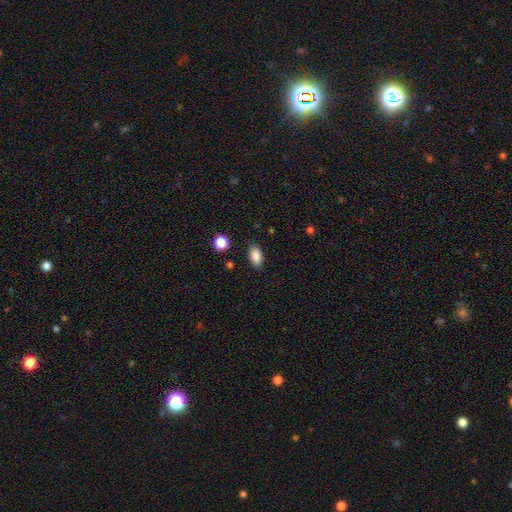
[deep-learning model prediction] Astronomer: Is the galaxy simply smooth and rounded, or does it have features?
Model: smooth — 87%.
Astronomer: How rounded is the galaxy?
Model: in between — 90%.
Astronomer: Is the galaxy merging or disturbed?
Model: none — 87%.